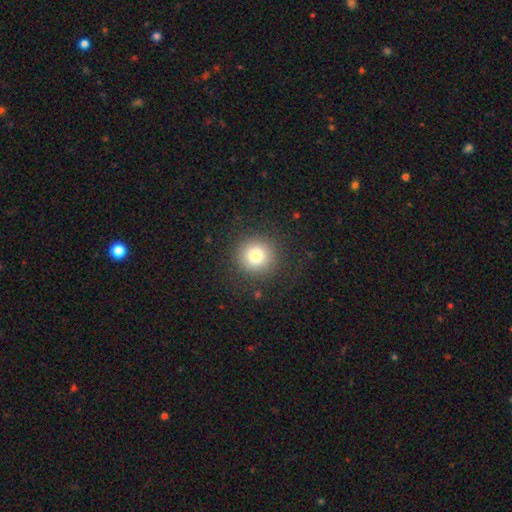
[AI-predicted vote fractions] smooth 80%, star or artifact 11%, featured or disk 9%. Down the decision tree: how rounded — round (95%); merging — none (88%).